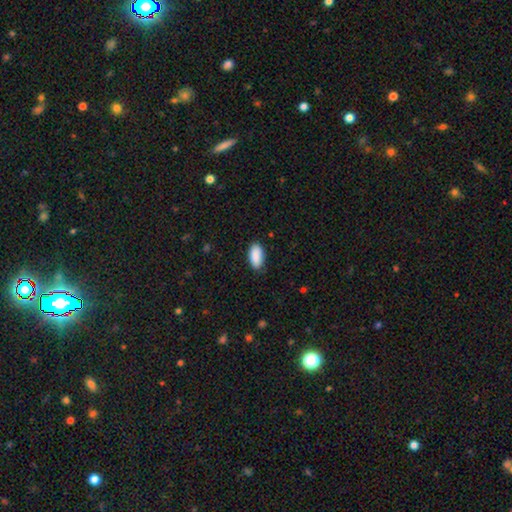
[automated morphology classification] type=smooth (91%); roundness=in between (93%); merging=none (84%).